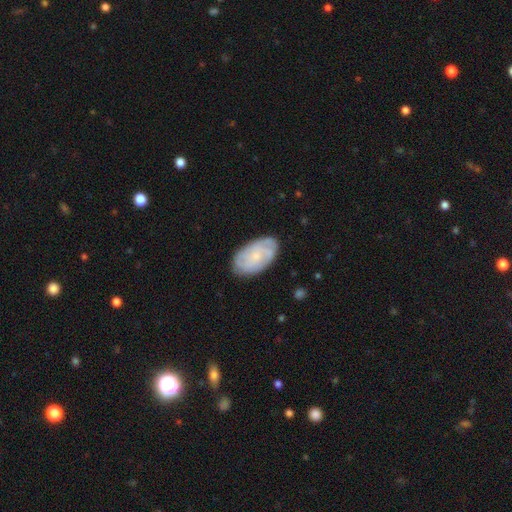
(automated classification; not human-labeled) Smooth or featured: featured or disk — 50% (smooth — 43%)
Edge-on disk: no — 95% (yes — 5%)
Merging: none — 80% (minor disturbance — 16%)